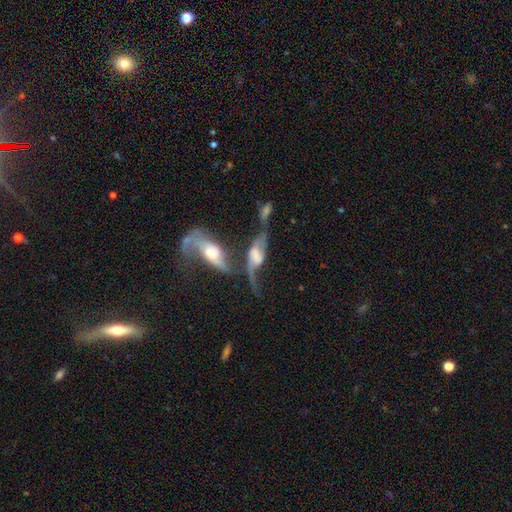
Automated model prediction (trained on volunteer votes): This is likely a featured or disk galaxy (68%). It is likely not viewed edge-on (77%). Bar: possibly no (48%). Spiral arm pattern: likely yes (73%). Central bulge: marginally large (28%). Merging: likely merger (64%).